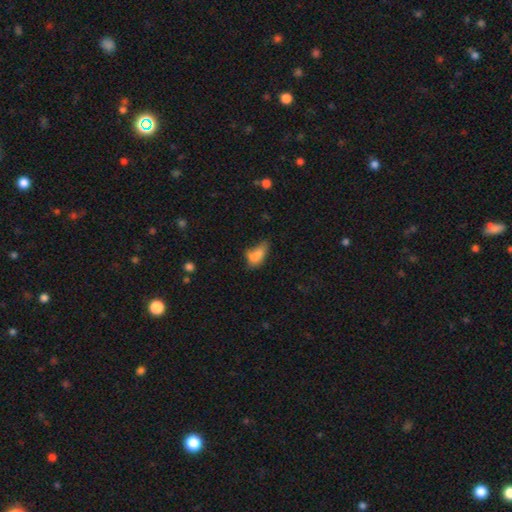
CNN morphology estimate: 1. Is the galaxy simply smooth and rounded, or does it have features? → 72% smooth, 16% featured or disk, 12% star or artifact.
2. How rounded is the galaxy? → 79% in between, 13% round, 8% cigar-shaped.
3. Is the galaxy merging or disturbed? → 38% merger, 23% none, 21% minor disturbance, 18% major disturbance.